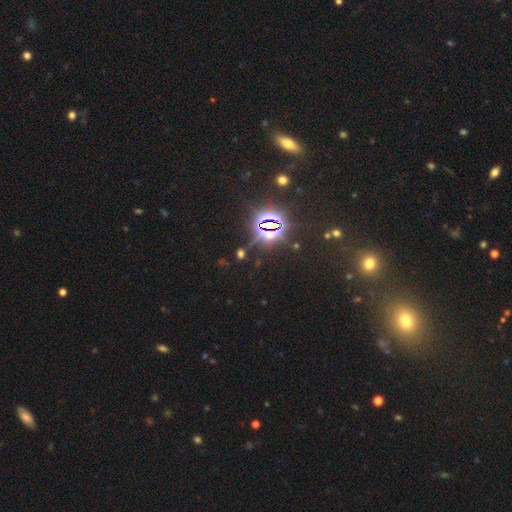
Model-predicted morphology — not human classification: Smooth or featured: star or artifact — 78% (smooth — 14%)